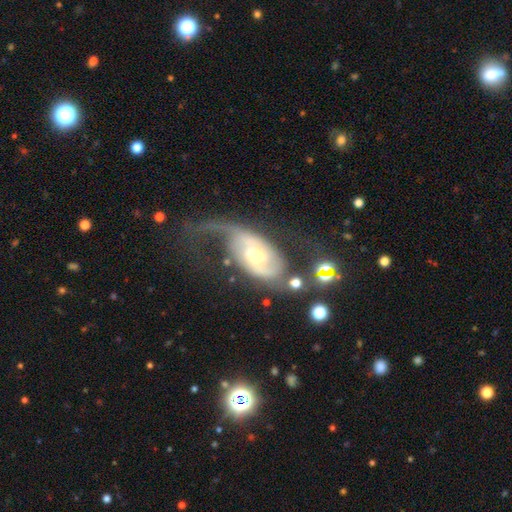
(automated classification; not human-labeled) A featured or disk galaxy (74%) with no bar (47%), 2 (58%) loose (56%) spiral arms (82%) and a moderate central bulge (69%).

Vote fractions:
- Smooth or featured? featured or disk: 74% / smooth: 20% / star or artifact: 6%
- Edge-on disk? no: 93% / yes: 7%
- Bar? no: 47% / weak: 38% / strong: 16%
- Spiral arms? yes: 82% / no: 18%
- Spiral winding? loose: 56% / medium: 30% / tight: 15%
- Spiral arm count? 2: 58% / 1: 28% / can't tell: 10% / 3: 2% / 4: 1% / more than 4: 1%
- Bulge size? moderate: 69% / large: 15% / small: 13% / dominant: 2% / none: 1%
- Merging? major disturbance: 43% / none: 32% / minor disturbance: 18% / merger: 7%